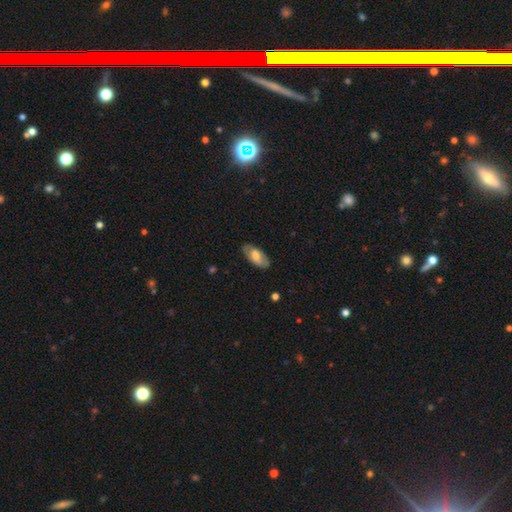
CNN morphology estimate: This is possibly a smooth galaxy (56%). How rounded: clearly in between (90%). Merging: clearly none (81%).